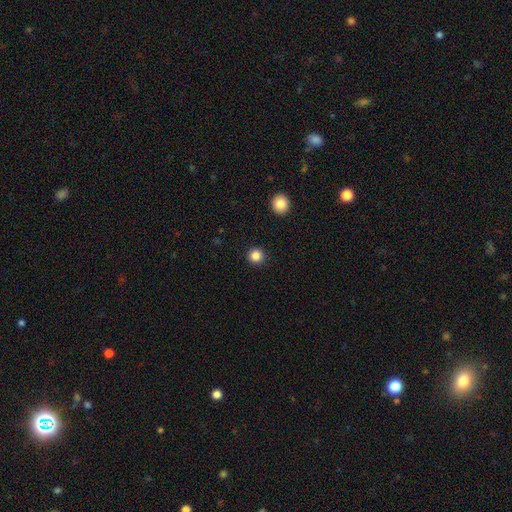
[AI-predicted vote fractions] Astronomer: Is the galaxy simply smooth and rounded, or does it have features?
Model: smooth — 85%.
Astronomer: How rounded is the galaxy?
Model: round — 95%.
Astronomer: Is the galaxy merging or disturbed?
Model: none — 92%.